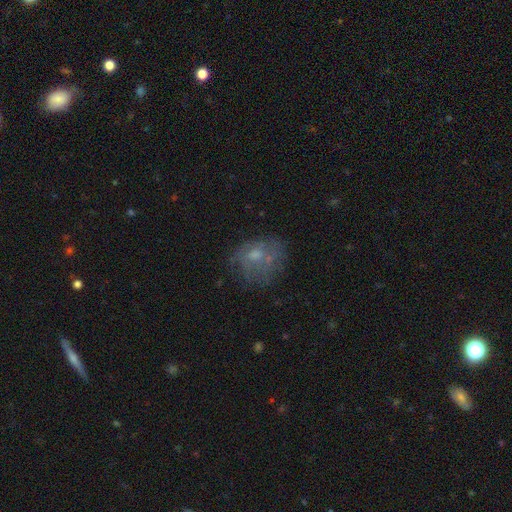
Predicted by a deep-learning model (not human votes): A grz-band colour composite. It shows a smooth galaxy with no disk features (46%). Merging: none (49%).